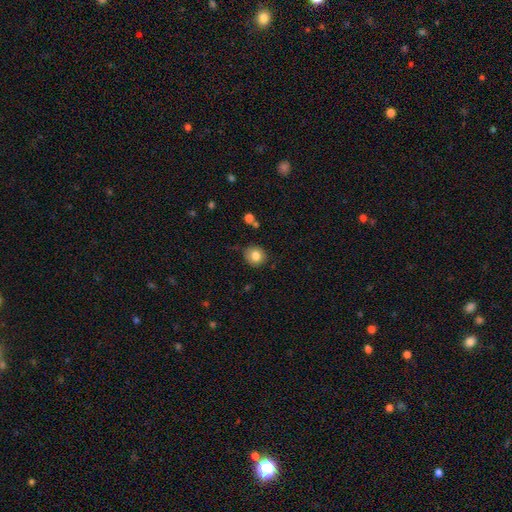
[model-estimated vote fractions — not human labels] Smooth or featured? Predicted: smooth (p=0.82). How rounded? Predicted: round (p=0.87). Merging? Predicted: none (p=0.83).